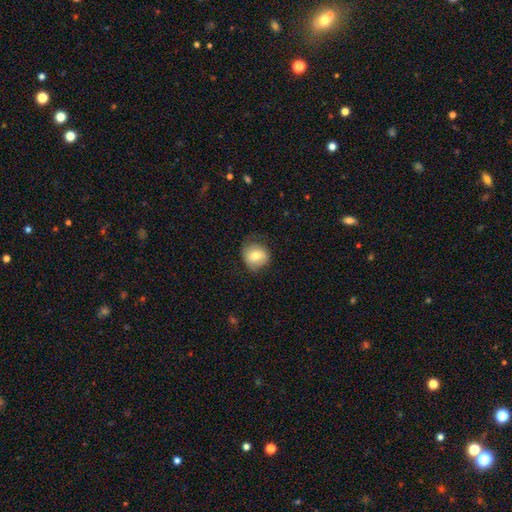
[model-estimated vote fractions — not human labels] smooth 69%, featured or disk 24%, star or artifact 8%. Down the decision tree: how rounded — round (76%); merging — none (64%).